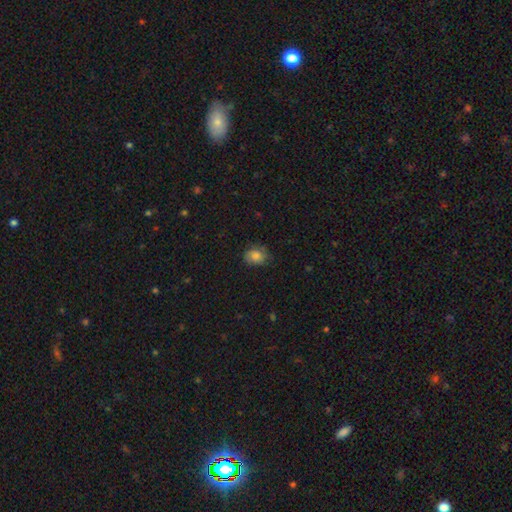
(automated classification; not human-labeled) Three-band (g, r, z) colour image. It shows a smooth galaxy with no disk features (82%) that is round (50%). Merging: none (71%).